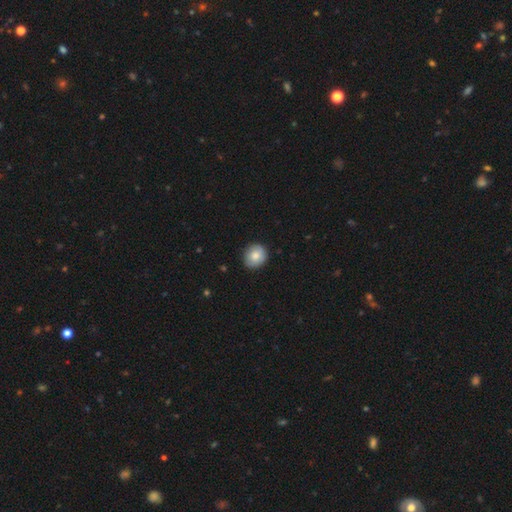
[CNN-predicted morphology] Q: Smooth or featured?
A: smooth (79%); runner-up: featured or disk (14%)
Q: How rounded?
A: round (84%); runner-up: in between (15%)
Q: Merging?
A: none (85%); runner-up: minor disturbance (12%)